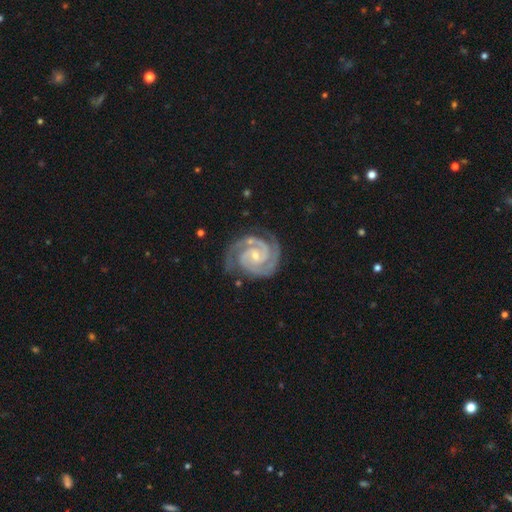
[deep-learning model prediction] This appears to be a featured or disk galaxy (94%) with no bar (52%), 2 (80%) tight (75%) spiral arms (99%) and a small central bulge (69%). Merging: none (78%).